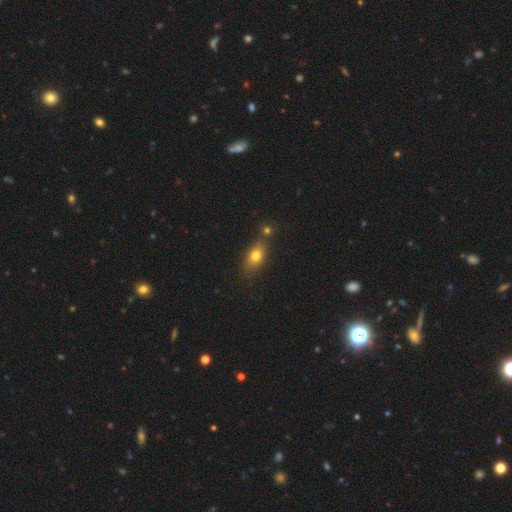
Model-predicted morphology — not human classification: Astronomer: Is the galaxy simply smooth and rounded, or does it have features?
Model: smooth — 76%.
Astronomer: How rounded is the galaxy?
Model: in between — 72%.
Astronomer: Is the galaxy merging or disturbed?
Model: none — 65%.